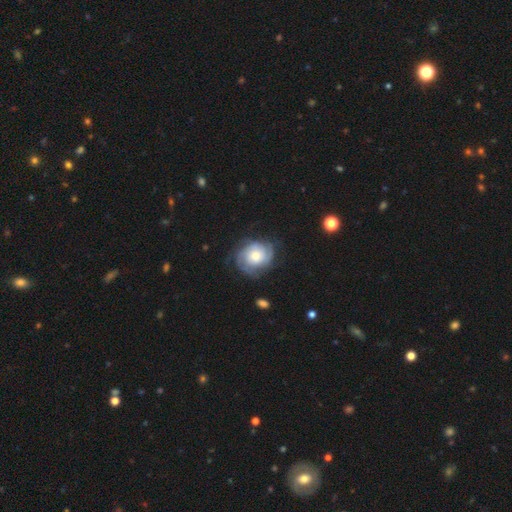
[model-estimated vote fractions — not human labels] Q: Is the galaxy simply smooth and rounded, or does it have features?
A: featured or disk — 74%.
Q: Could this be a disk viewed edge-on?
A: no — 98%.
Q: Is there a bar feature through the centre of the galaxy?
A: no — 80%.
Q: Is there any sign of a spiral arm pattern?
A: yes — 92%.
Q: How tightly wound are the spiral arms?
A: tight — 69%.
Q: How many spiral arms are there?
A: can't tell — 38%.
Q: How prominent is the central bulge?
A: moderate — 56%.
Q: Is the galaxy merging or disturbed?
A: none — 72%.